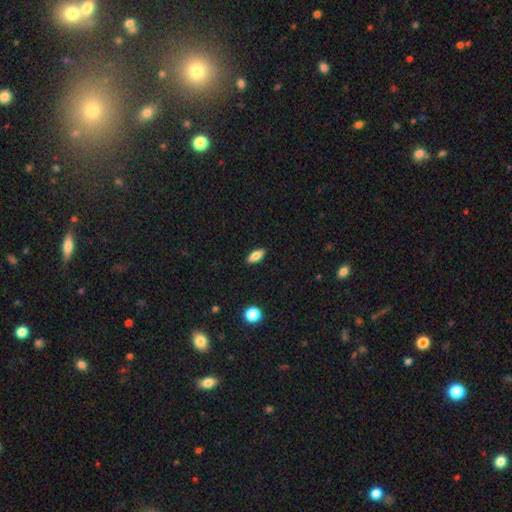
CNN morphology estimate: smooth 76%, featured or disk 16%, star or artifact 8%. Down the decision tree: how rounded — in between (77%); merging — none (89%).